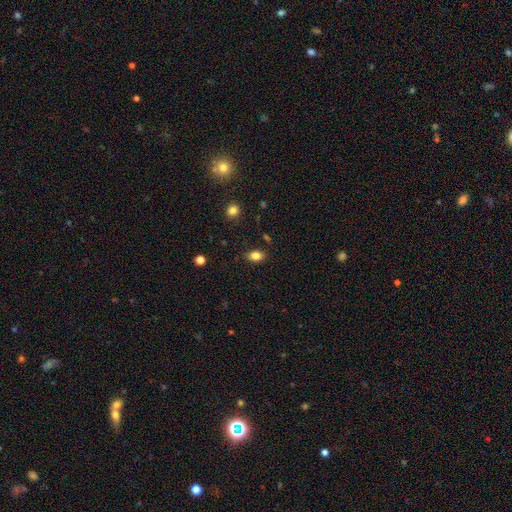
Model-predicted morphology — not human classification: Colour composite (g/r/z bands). It shows a smooth galaxy with no disk features (81%) that is in between round and cigar-shaped (84%). Merging: none (82%).